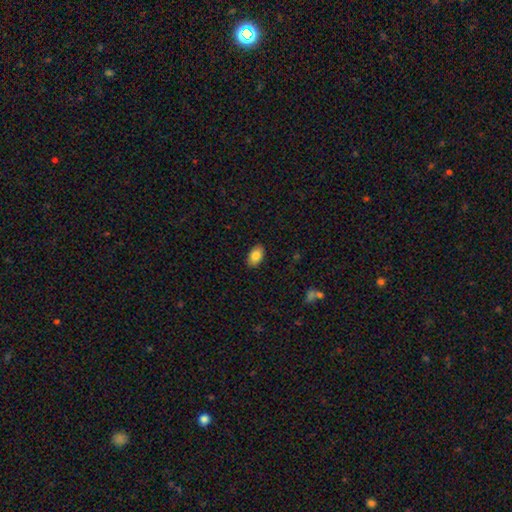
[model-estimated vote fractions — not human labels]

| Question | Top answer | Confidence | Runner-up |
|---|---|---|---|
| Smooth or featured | smooth | 83% | featured or disk (9%) |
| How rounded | in between | 91% | round (8%) |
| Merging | none | 89% | minor disturbance (8%) |